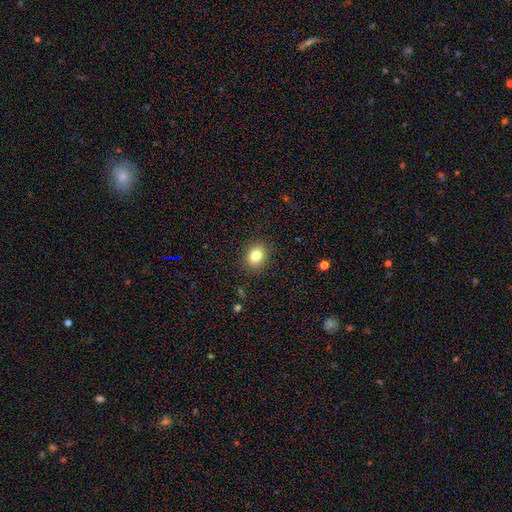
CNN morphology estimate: Smooth or featured? Predicted: smooth (p=0.81). How rounded? Predicted: round (p=0.62). Merging? Predicted: none (p=0.89).